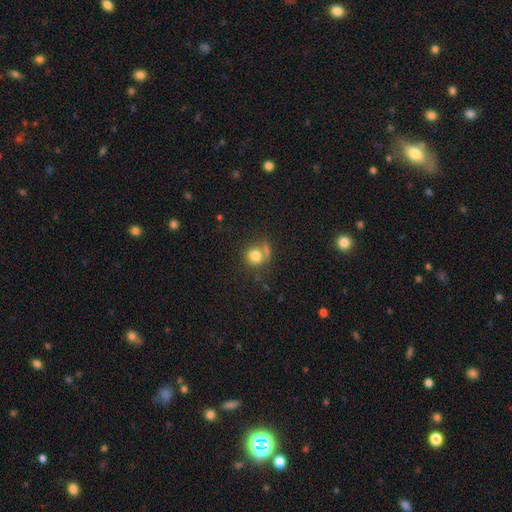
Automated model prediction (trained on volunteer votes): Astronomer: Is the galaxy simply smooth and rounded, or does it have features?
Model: smooth — 78%.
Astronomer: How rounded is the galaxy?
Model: round — 78%.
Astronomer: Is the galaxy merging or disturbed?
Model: none — 54%.